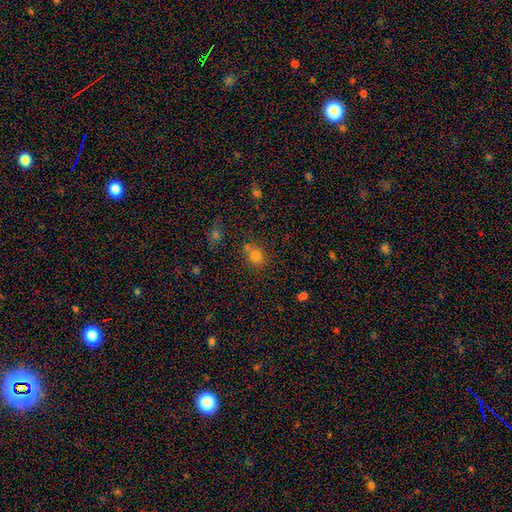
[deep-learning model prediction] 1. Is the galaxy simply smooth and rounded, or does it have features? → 77% smooth, 16% star or artifact, 7% featured or disk.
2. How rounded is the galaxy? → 61% round, 37% in between, 1% cigar-shaped.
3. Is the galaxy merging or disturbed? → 69% none, 13% merger, 13% minor disturbance, 4% major disturbance.